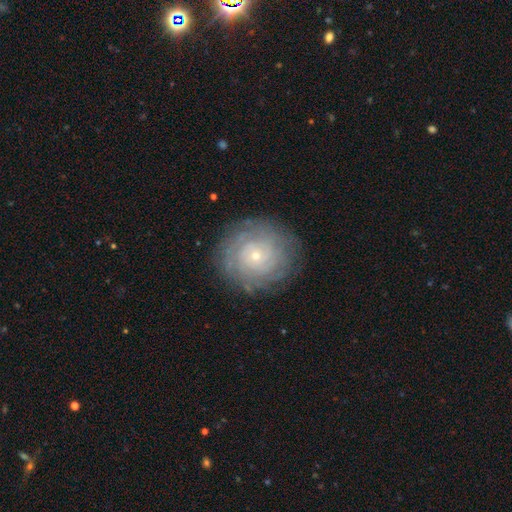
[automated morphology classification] smooth_or_featured: featured or disk (p=0.68) [alt: smooth p=0.23]
disk_edge_on: no (p=0.97) [alt: yes p=0.03]
bar: no (p=0.84) [alt: weak p=0.13]
has_spiral_arms: yes (p=0.85) [alt: no p=0.15]
spiral_winding: tight (p=0.82) [alt: medium p=0.13]
spiral_arm_count: can't tell (p=0.54) [alt: 4 p=0.11]
bulge_size: small (p=0.81) [alt: moderate p=0.15]
merging: none (p=0.84) [alt: minor disturbance p=0.11]